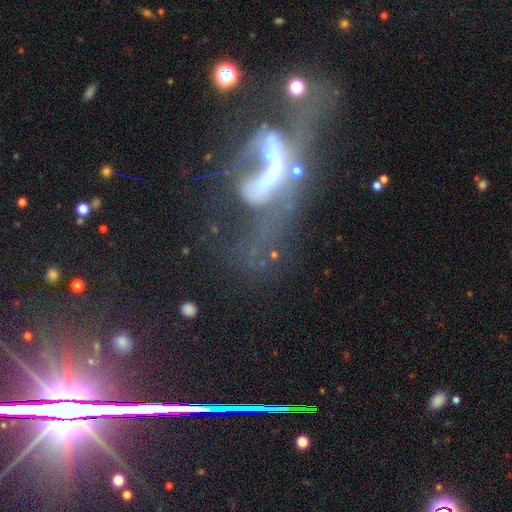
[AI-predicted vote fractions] smooth_or_featured: featured or disk (p=0.54) [alt: star or artifact p=0.26]
disk_edge_on: no (p=0.73) [alt: yes p=0.27]
merging: major disturbance (p=0.36) [tied with: merger p=0.36]